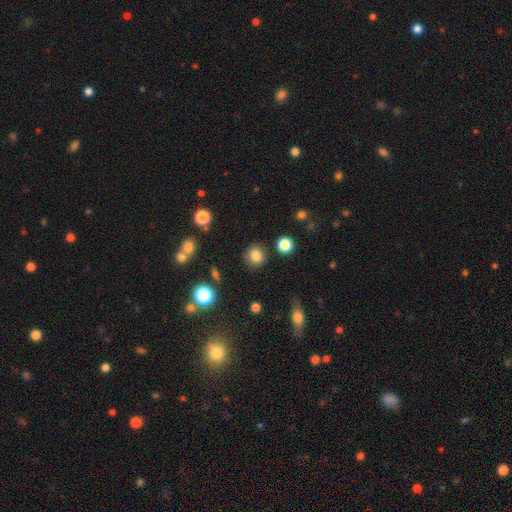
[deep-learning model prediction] This is clearly a smooth galaxy (83%). How rounded: clearly round (86%). Merging: clearly none (87%).